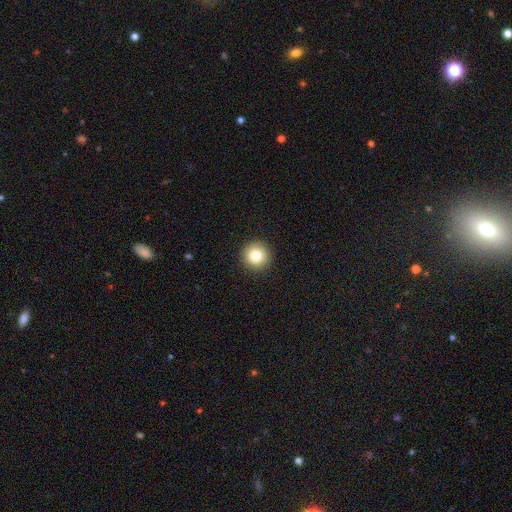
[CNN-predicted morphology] Overall: smooth (83%). How rounded: round (95%). Merging: none (92%).